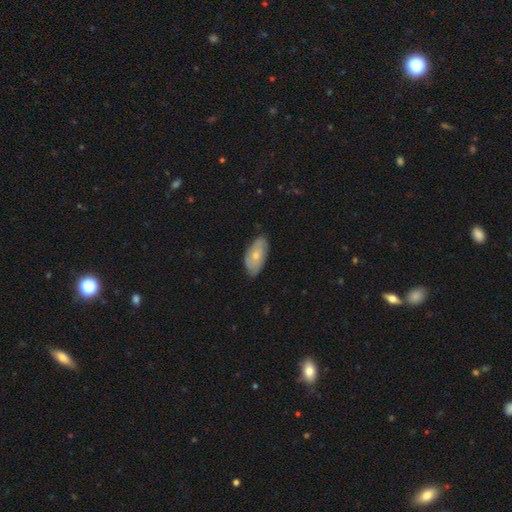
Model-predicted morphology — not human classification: This is possibly a smooth galaxy (53%). How rounded: clearly in between (92%). Merging: likely none (77%).